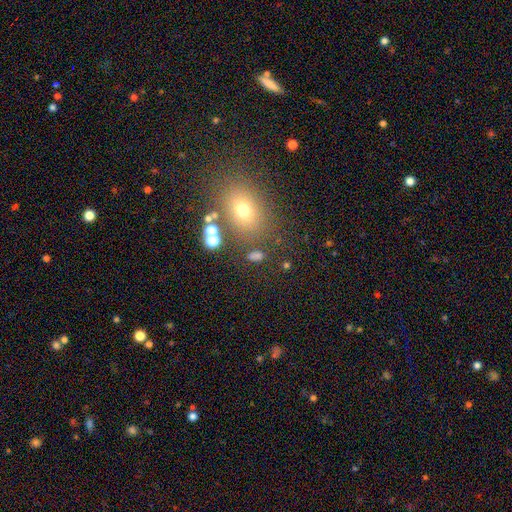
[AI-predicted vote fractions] smooth 66%, star or artifact 24%, featured or disk 10%. Down the decision tree: how rounded — in between (67%); merging — none (72%).